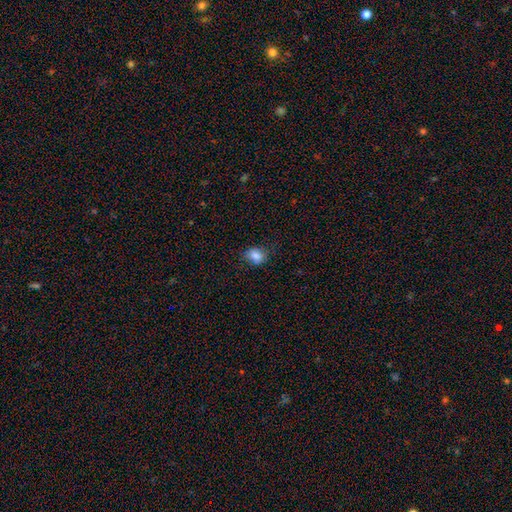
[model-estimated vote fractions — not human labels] The model was most divided on "how rounded": round: 51%, in between: 47%, cigar-shaped: 1%. More confident: smooth or featured — smooth (82%); merging — none (74%).